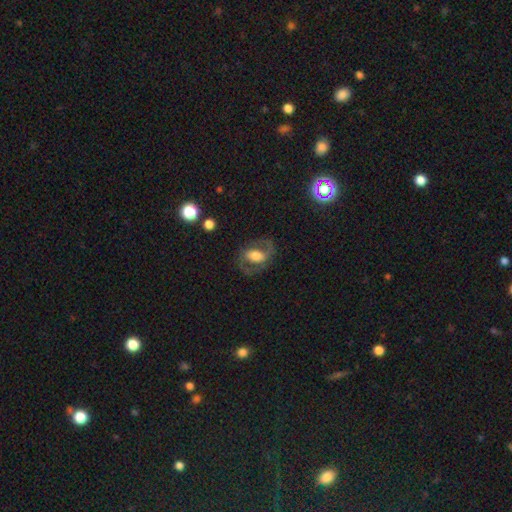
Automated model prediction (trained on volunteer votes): Q: Smooth or featured?
A: featured or disk (69%); runner-up: smooth (24%)
Q: Edge-on disk?
A: no (95%); runner-up: yes (5%)
Q: Bar?
A: weak (38%); runner-up: no (36%)
Q: Spiral arms?
A: yes (77%); runner-up: no (23%)
Q: Spiral winding?
A: medium (54%); runner-up: loose (24%)
Q: Spiral arm count?
A: 2 (88%); runner-up: can't tell (6%)
Q: Bulge size?
A: large (42%); runner-up: moderate (39%)
Q: Merging?
A: none (72%); runner-up: minor disturbance (14%)